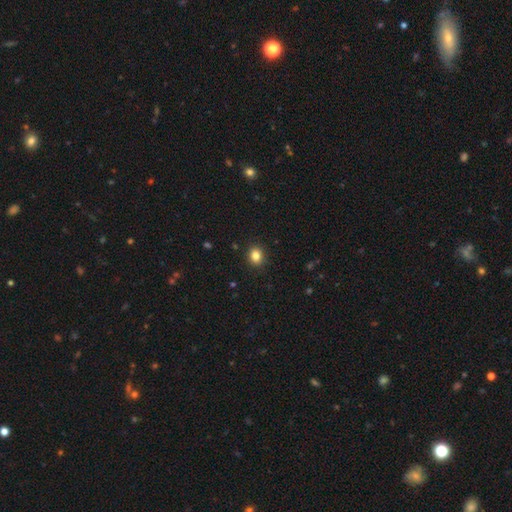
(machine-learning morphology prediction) Smooth or featured? Predicted: smooth (p=0.84). How rounded? Predicted: round (p=0.67). Merging? Predicted: none (p=0.90).